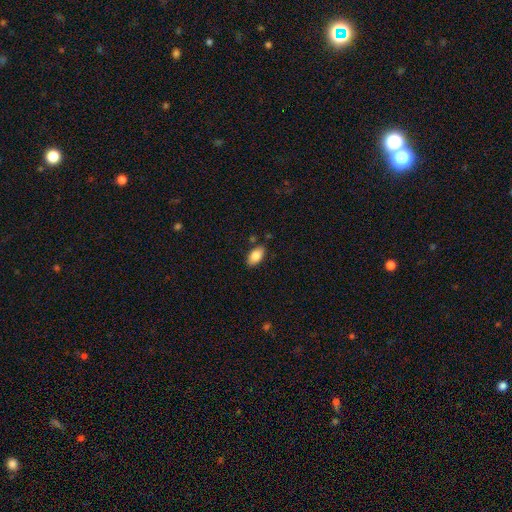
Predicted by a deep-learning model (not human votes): This appears to be a smooth galaxy with no disk features (85%) that is in between round and cigar-shaped (93%). Merging: none (83%).